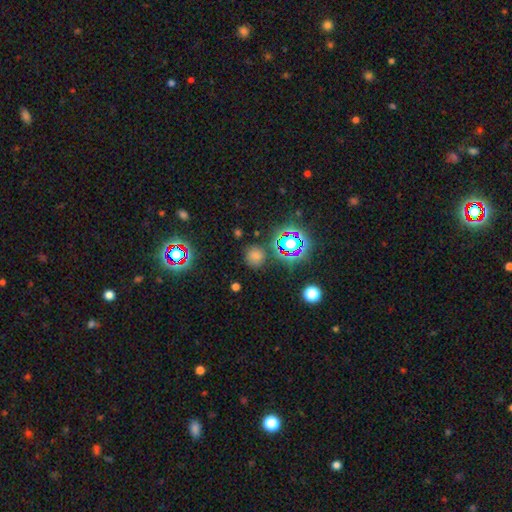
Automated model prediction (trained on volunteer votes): Smooth or featured? Predicted: smooth (p=0.65). How rounded? Predicted: round (p=0.89). Merging? Predicted: none (p=0.81).